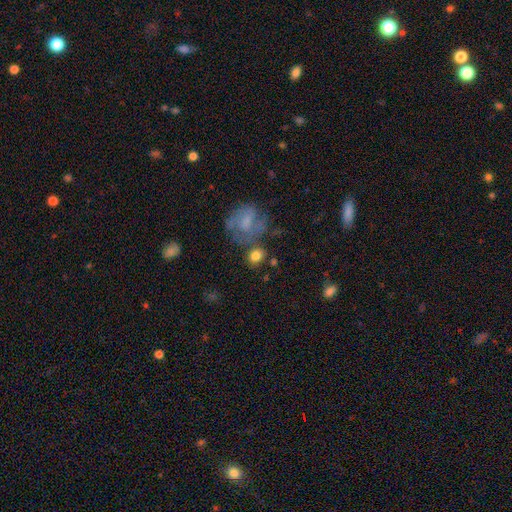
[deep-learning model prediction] A smooth galaxy with no disk features (79%) that is round (66%). Merging: none (65%).